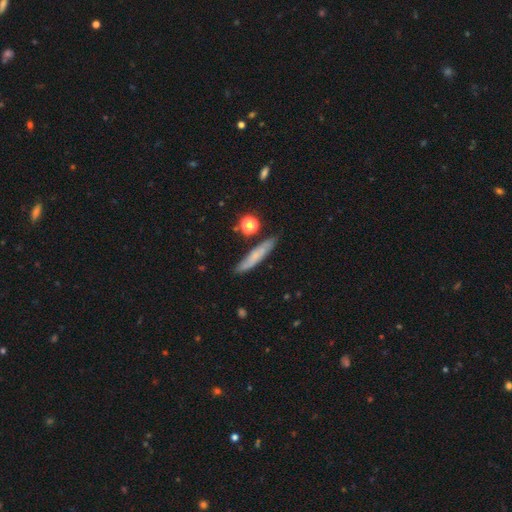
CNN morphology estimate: Smooth or featured?
  - smooth: 59% *
  - featured or disk: 32%
  - star or artifact: 9%
How rounded?
  - cigar-shaped: 86% *
  - in between: 10%
  - round: 3%
Merging?
  - none: 77% *
  - minor disturbance: 16%
  - merger: 4%
  - major disturbance: 3%